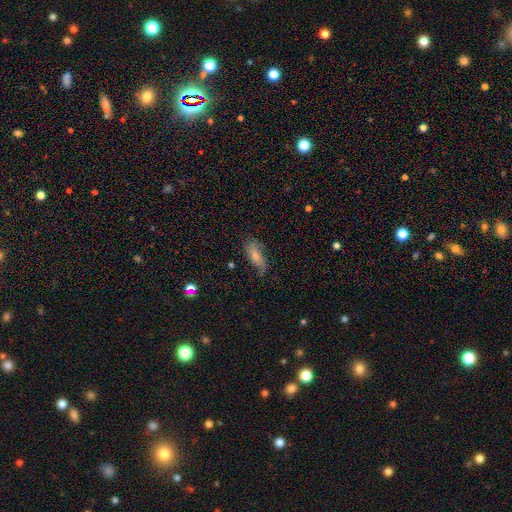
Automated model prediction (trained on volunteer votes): Morphology: type=smooth (62%); roundness=in between (77%); merging=none (58%).